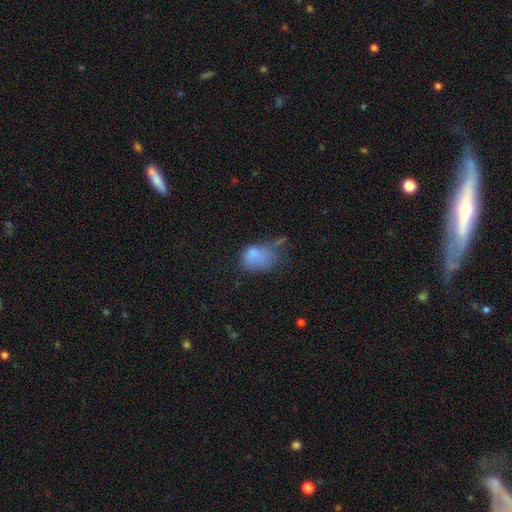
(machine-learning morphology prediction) smooth_or_featured: smooth (p=0.73) [alt: featured or disk p=0.15]
how_rounded: in between (p=0.78) [alt: round p=0.20]
merging: major disturbance (p=0.44) [alt: minor disturbance p=0.26]